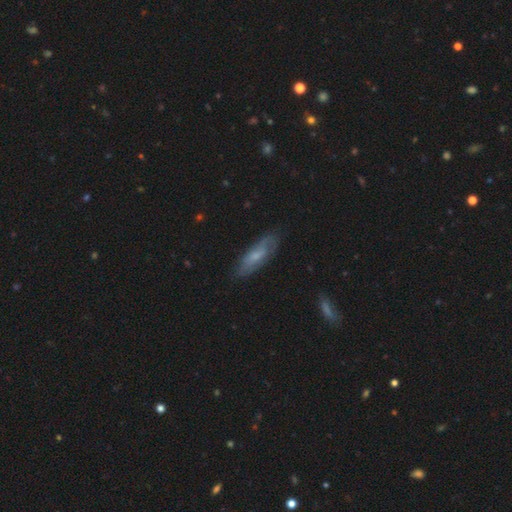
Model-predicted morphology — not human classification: Overall: smooth (49%; featured or disk 44%). Merging: none (77%).